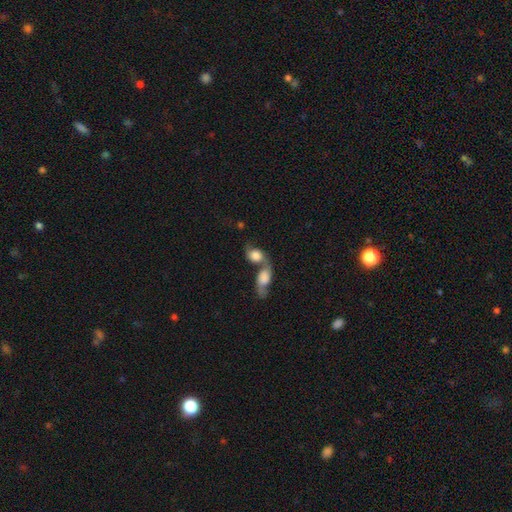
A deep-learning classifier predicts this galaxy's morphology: Q: Smooth or featured?
A: smooth (60%); runner-up: featured or disk (31%)
Q: How rounded?
A: in between (58%); runner-up: round (38%)
Q: Merging?
A: merger (71%); runner-up: none (16%)